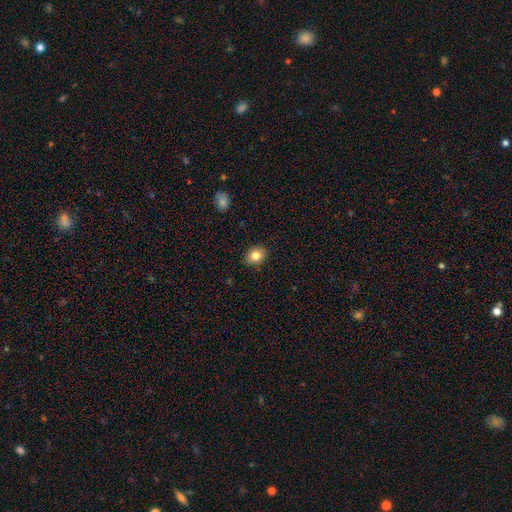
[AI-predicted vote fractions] smooth-or-featured: smooth: 83% | star or artifact: 9% | featured or disk: 8%
  how-rounded: round: 54% | in between: 45% | cigar-shaped: 1%
  merging: none: 88% | minor disturbance: 9% | major disturbance: 2% | merger: 1%